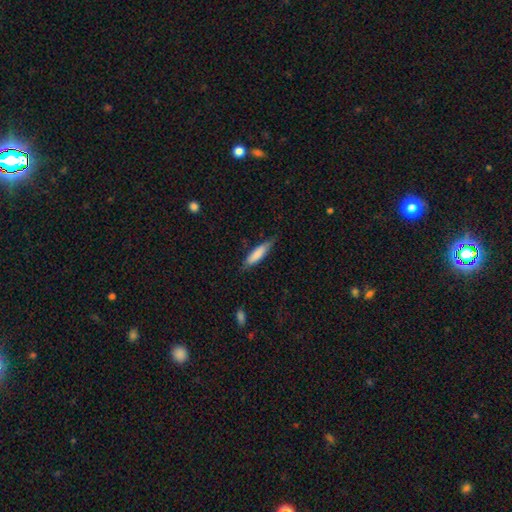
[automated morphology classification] Overall: smooth (79%). How rounded: cigar-shaped (68%; in between 31%). Merging: none (72%).